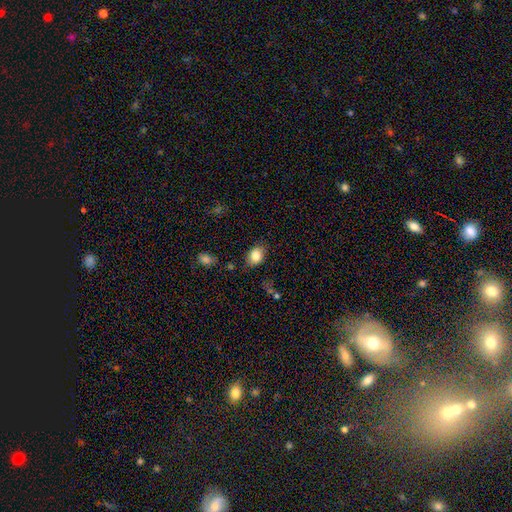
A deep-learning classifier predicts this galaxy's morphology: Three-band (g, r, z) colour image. It shows a smooth galaxy with no disk features (82%) that is in between round and cigar-shaped (80%). Merging: none (81%).